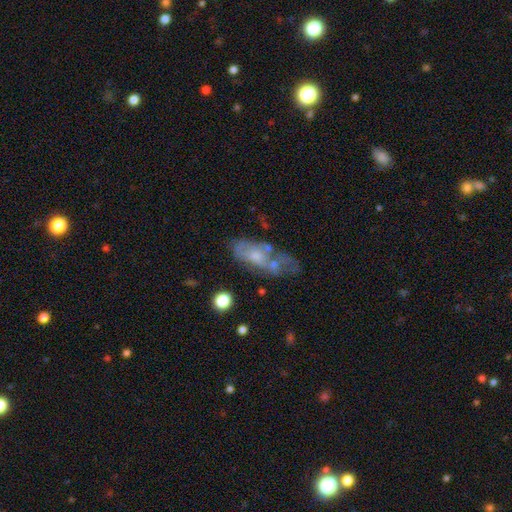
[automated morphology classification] This is possibly a featured or disk galaxy (54%). It is clearly not viewed edge-on (85%). Merging: marginally none (38%).